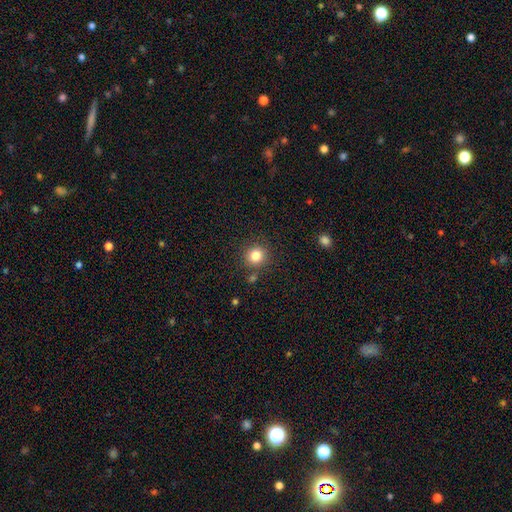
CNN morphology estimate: Smooth or featured? smooth (82%)
How rounded? round (92%)
Merging? none (85%)